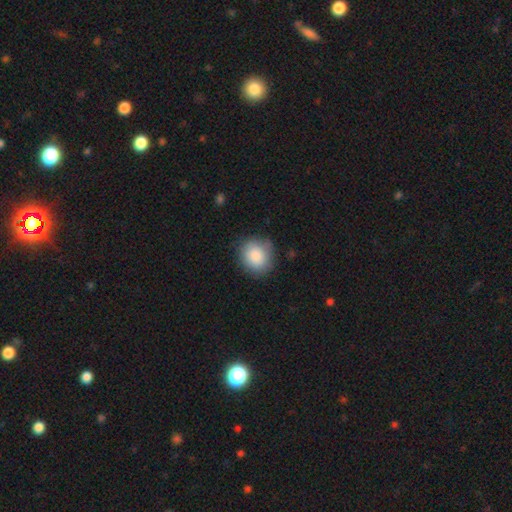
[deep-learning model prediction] Overall: smooth (87%). How rounded: round (75%). Merging: none (79%).